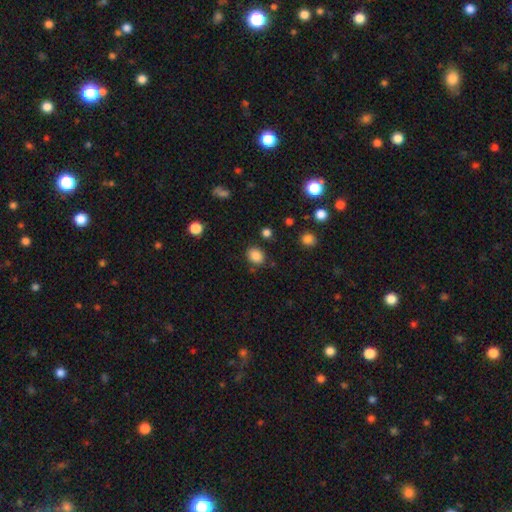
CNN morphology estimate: type=smooth (86%); roundness=round (53%); merging=none (82%).